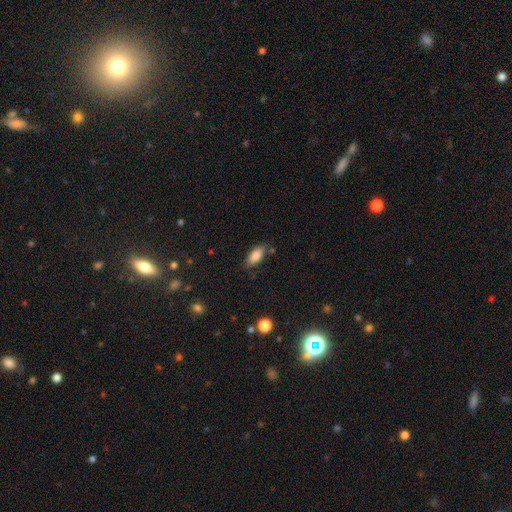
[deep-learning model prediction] A smooth galaxy with no disk features (84%) that is in between round and cigar-shaped (83%). Merging: none (78%).